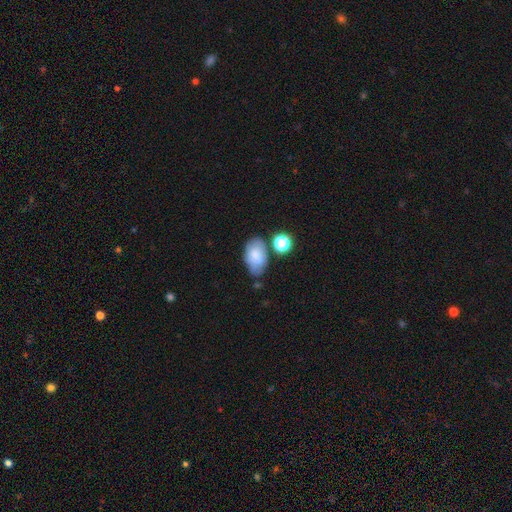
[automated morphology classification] smooth_or_featured: smooth (p=0.73) [alt: featured or disk p=0.17]
how_rounded: in between (p=0.91) [alt: round p=0.08]
merging: none (p=0.54) [alt: minor disturbance p=0.25]